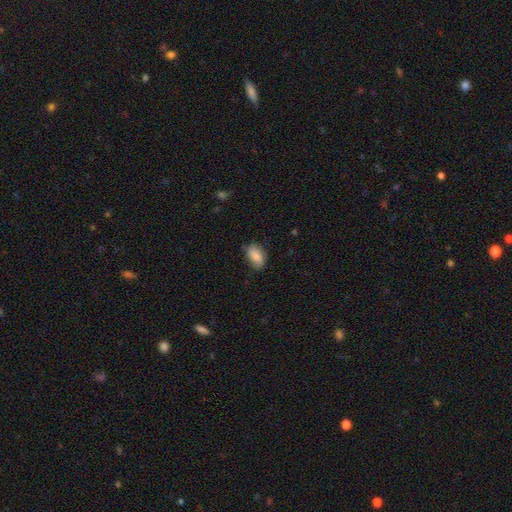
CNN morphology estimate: Q: Smooth or featured?
A: smooth (80%); runner-up: featured or disk (12%)
Q: How rounded?
A: in between (88%); runner-up: round (10%)
Q: Merging?
A: none (63%); runner-up: minor disturbance (29%)